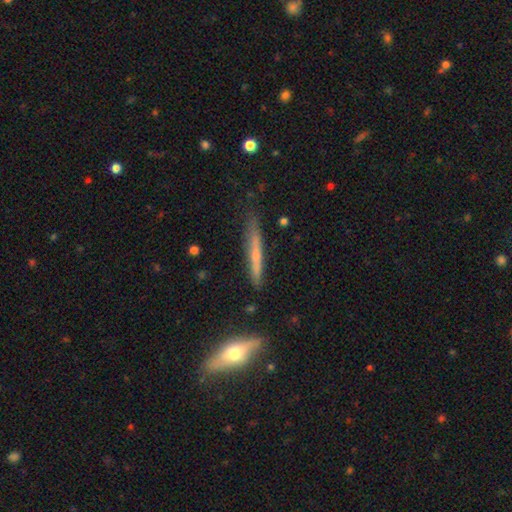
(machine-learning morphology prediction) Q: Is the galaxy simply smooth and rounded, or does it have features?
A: featured or disk — 53%.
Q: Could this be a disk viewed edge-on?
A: yes — 95%.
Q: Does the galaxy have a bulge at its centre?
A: rounded — 62%.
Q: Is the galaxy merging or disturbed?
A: none — 82%.